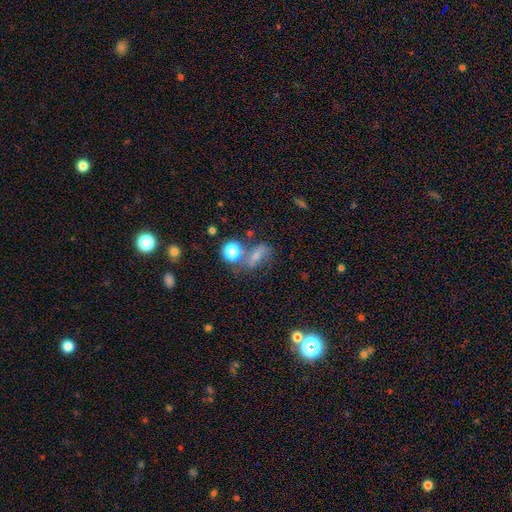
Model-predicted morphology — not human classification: A smooth galaxy with no disk features (61%) that is in between round and cigar-shaped (61%).

Vote fractions:
- Smooth or featured? smooth: 61% / star or artifact: 21% / featured or disk: 18%
- How rounded? in between: 61% / round: 29% / cigar-shaped: 10%
- Merging? none: 46% / merger: 22% / minor disturbance: 19% / major disturbance: 13%